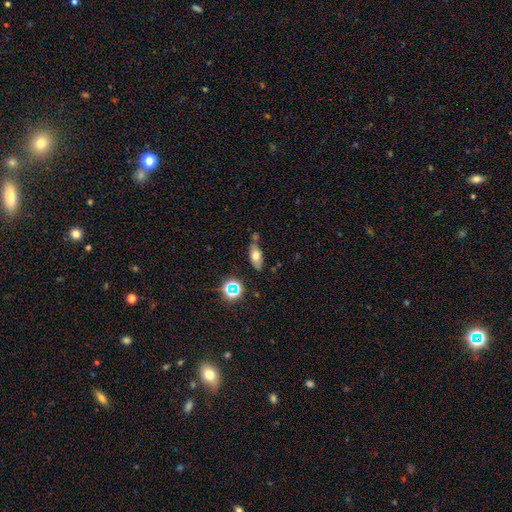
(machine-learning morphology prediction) smooth 65%, featured or disk 22%, star or artifact 12%. Down the decision tree: how rounded — in between (80%); merging — none (65%).